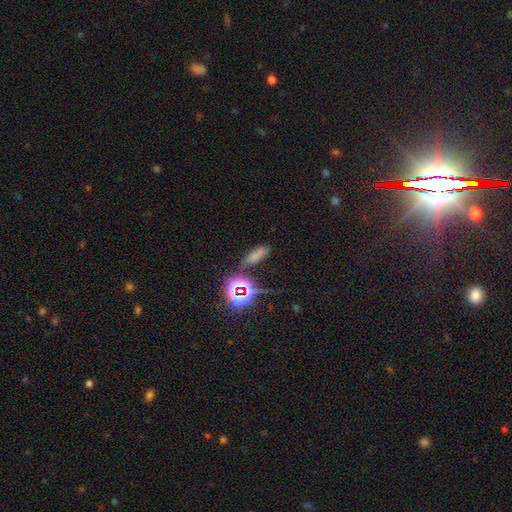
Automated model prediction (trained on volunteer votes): Morphology: type=smooth (61%); roundness=in between (55%); merging=none (67%).